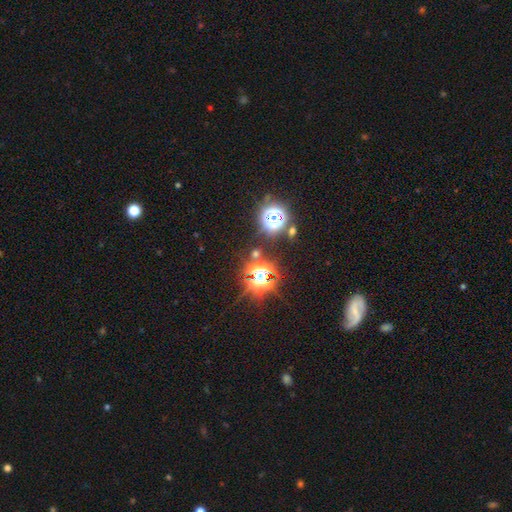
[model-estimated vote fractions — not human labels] star or artifact 74%, smooth 16%, featured or disk 10%.